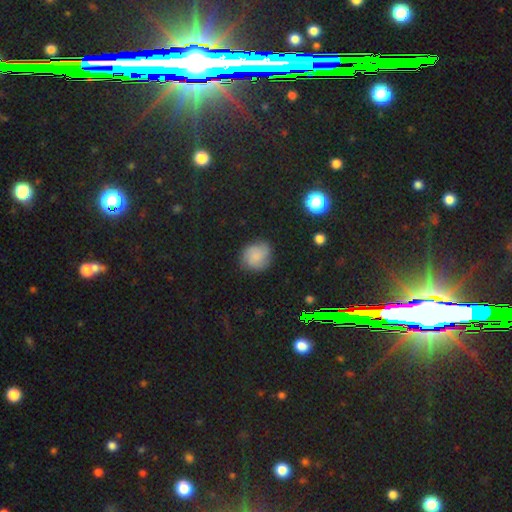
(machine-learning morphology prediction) This is possibly a smooth galaxy (57%). How rounded: likely round (79%). Merging: likely none (77%).